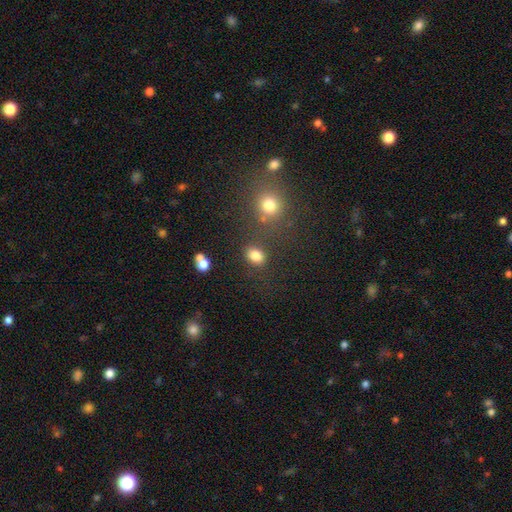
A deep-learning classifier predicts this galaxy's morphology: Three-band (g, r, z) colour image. It shows a smooth galaxy with no disk features (82%) that is in between round and cigar-shaped (61%). Merging: none (78%).